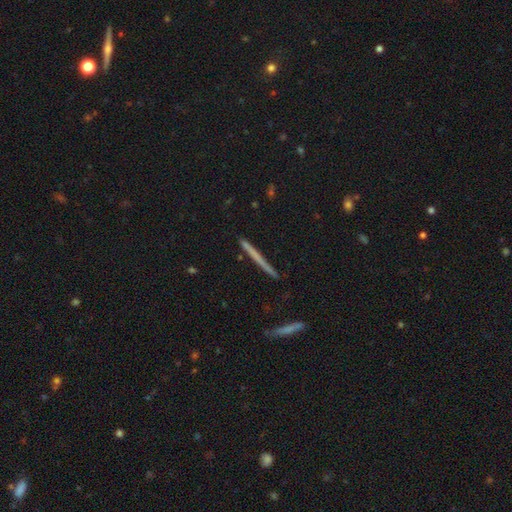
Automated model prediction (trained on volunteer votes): Q: Smooth or featured?
A: smooth (47%); runner-up: featured or disk (46%)
Q: Merging?
A: none (89%); runner-up: minor disturbance (8%)